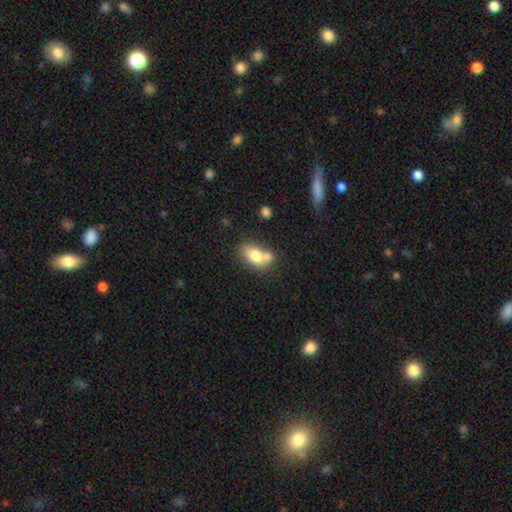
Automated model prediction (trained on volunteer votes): The model was most divided on "merging": none: 40%, merger: 39%, minor disturbance: 15%, major disturbance: 6%. More confident: how rounded — in between (81%); smooth or featured — smooth (73%).